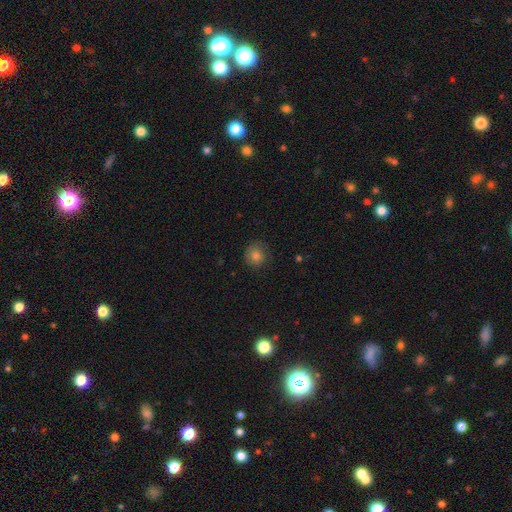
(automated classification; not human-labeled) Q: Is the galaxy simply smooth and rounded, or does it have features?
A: smooth — 80%.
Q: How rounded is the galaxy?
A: round — 88%.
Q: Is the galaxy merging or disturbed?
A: none — 78%.